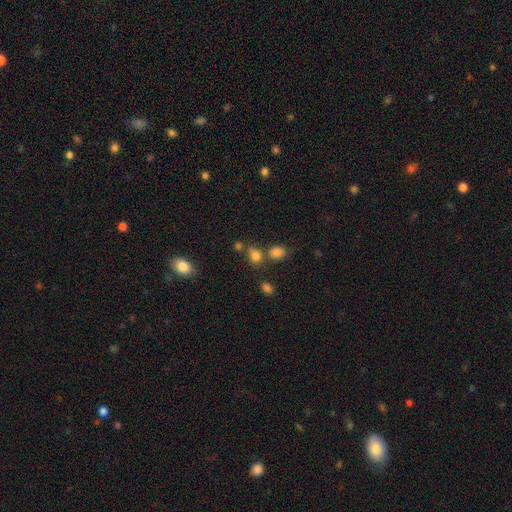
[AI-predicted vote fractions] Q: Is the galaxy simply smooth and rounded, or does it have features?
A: smooth — 79%.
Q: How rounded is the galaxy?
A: in between — 50%.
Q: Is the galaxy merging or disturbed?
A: none — 59%.